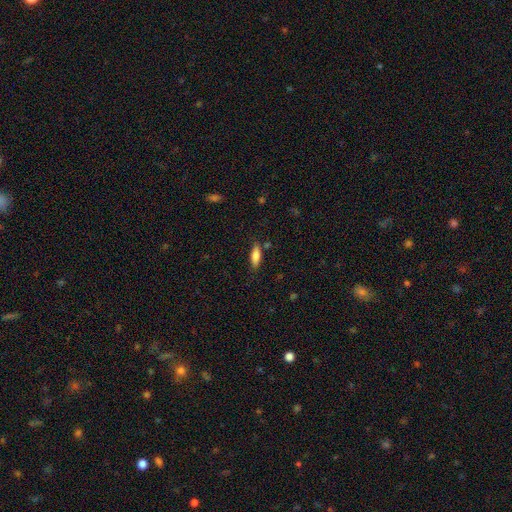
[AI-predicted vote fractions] A smooth galaxy with no disk features (75%) that is in between round and cigar-shaped (59%). Merging: none (76%).